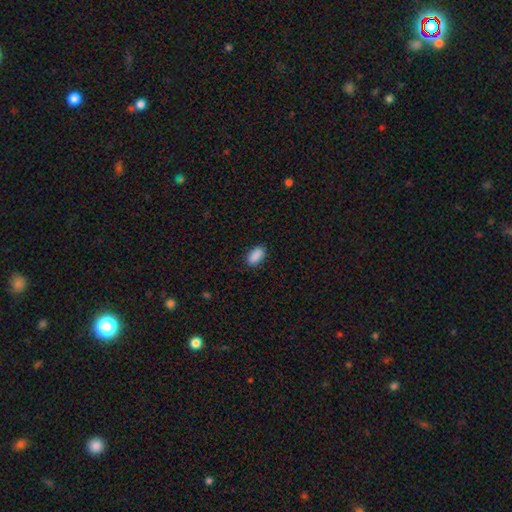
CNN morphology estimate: A smooth galaxy with no disk features (90%) that is in between round and cigar-shaped (92%).

Vote fractions:
- Smooth or featured? smooth: 90% / star or artifact: 8% / featured or disk: 3%
- How rounded? in between: 92% / cigar-shaped: 4% / round: 4%
- Merging? none: 87% / minor disturbance: 10% / major disturbance: 2% / merger: 1%